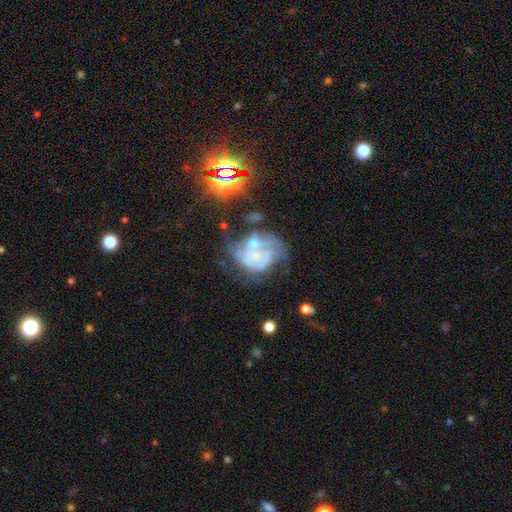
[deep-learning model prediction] A featured or disk galaxy (69%) with no bar (80%), spiral arms (58%) and a small central bulge (46%). Merging: major disturbance (30%).